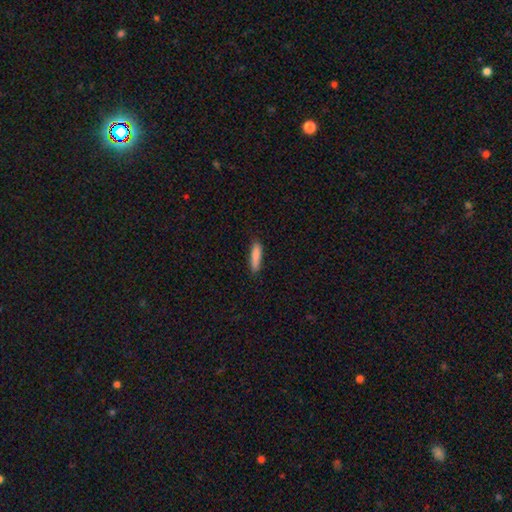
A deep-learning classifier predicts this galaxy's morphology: type=smooth (87%); roundness=cigar-shaped (78%); merging=none (86%).